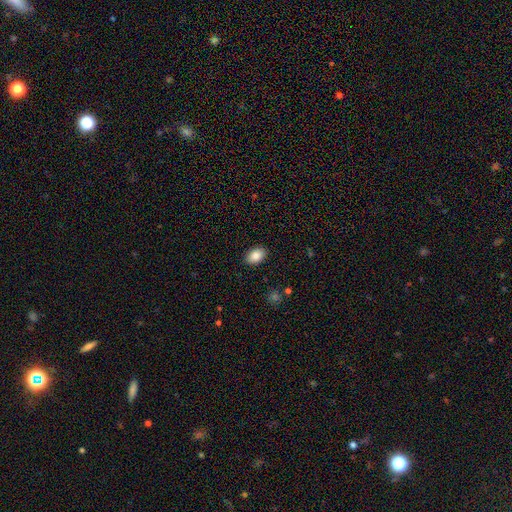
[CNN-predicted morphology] This appears to be a smooth galaxy with no disk features (88%) that is in between round and cigar-shaped (87%). Merging: none (89%).